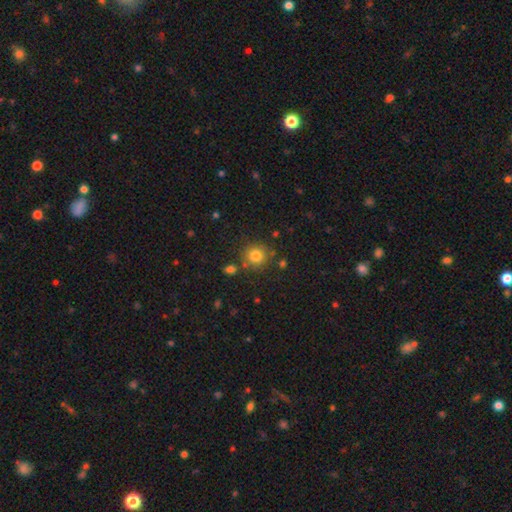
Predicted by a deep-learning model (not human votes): smooth-or-featured: smooth: 80% | star or artifact: 13% | featured or disk: 7%
  how-rounded: round: 91% | in between: 8% | cigar-shaped: 1%
  merging: none: 81% | minor disturbance: 9% | merger: 7% | major disturbance: 3%